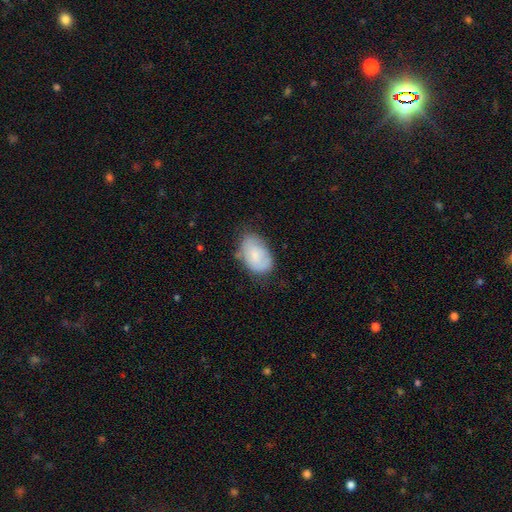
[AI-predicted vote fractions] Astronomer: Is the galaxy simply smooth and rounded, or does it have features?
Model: smooth — 72%.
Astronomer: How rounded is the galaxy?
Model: in between — 90%.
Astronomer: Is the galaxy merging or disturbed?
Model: none — 61%.